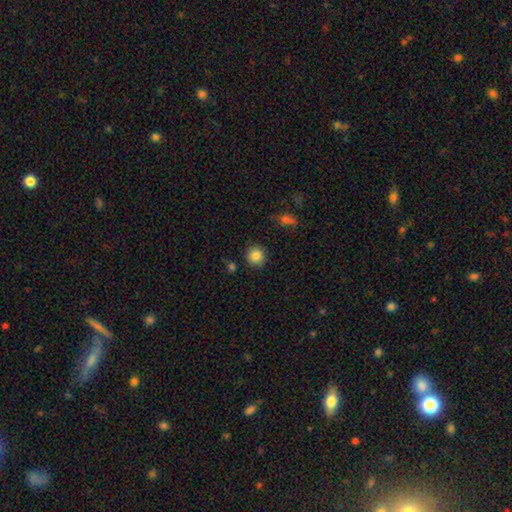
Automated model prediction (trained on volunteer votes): Morphology: type=smooth (85%); roundness=round (90%); merging=none (87%).